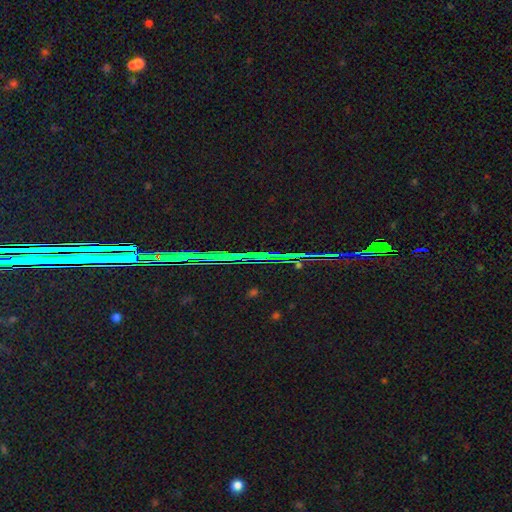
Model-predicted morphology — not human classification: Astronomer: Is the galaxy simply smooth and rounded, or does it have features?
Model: star or artifact — 88%.